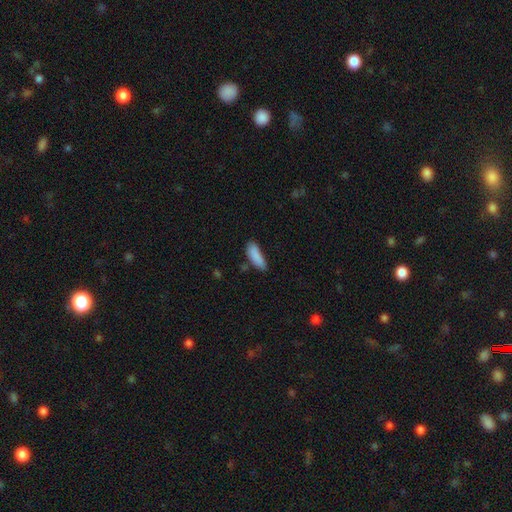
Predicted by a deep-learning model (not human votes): Smooth or featured? Predicted: smooth (p=0.87). How rounded? Predicted: in between (p=0.59). Merging? Predicted: none (p=0.64).